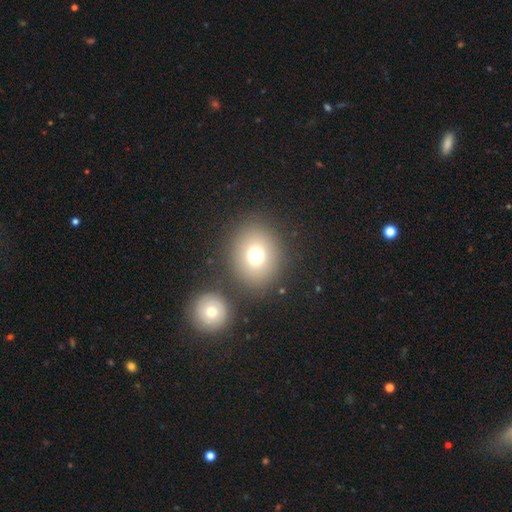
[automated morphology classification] A smooth galaxy with no disk features (73%) that is round (69%). Merging: none (76%).